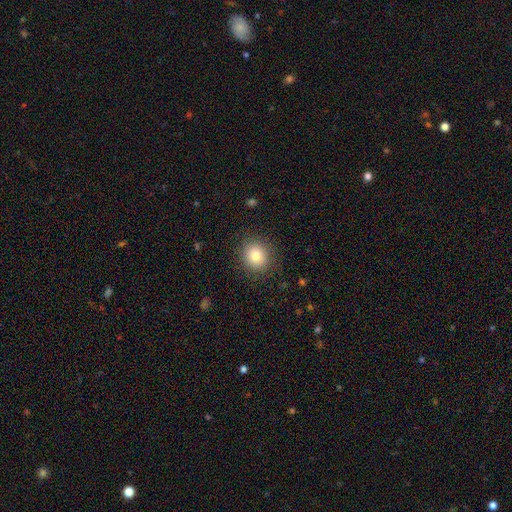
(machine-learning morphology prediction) A smooth galaxy with no disk features (80%) that is round (87%).

Vote fractions:
- Smooth or featured? smooth: 80% / star or artifact: 11% / featured or disk: 9%
- How rounded? round: 87% / in between: 12% / cigar-shaped: 1%
- Merging? none: 88% / minor disturbance: 8% / major disturbance: 3% / merger: 1%